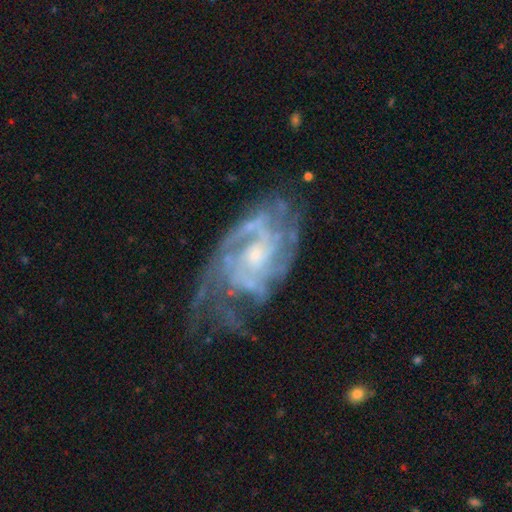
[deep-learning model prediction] This is clearly a featured or disk galaxy (86%). It is clearly not viewed edge-on (96%). Bar: likely no (63%). Spiral arm pattern: clearly yes (91%). Spiral arm count: marginally can't tell (37%). Spiral winding: possibly tight (48%). Central bulge: possibly small (52%). Merging: possibly none (47%).